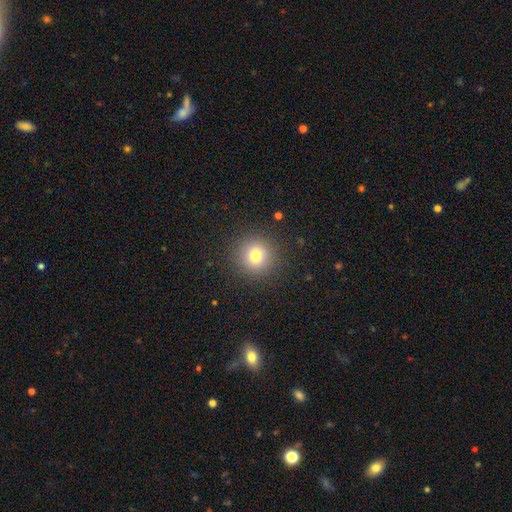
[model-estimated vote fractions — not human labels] Q: Smooth or featured?
A: smooth (76%); runner-up: star or artifact (15%)
Q: How rounded?
A: round (94%); runner-up: in between (5%)
Q: Merging?
A: none (90%); runner-up: minor disturbance (6%)